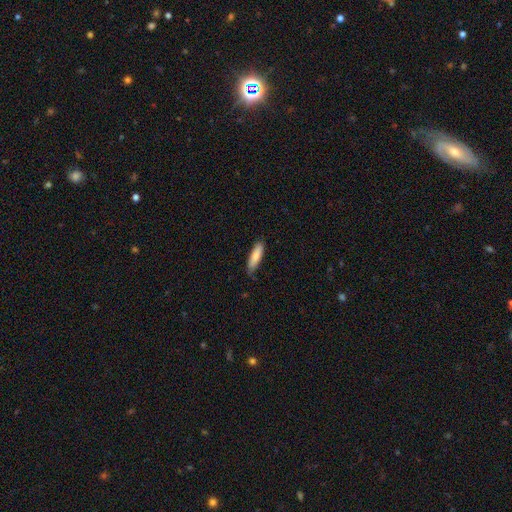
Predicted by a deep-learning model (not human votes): Smooth or featured? smooth (81%)
How rounded? cigar-shaped (61%)
Merging? none (77%)